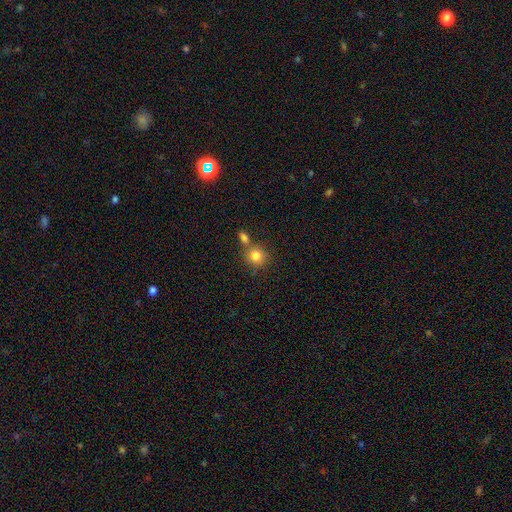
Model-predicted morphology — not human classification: smooth-or-featured: smooth: 82% | star or artifact: 11% | featured or disk: 7%
  how-rounded: round: 86% | in between: 13% | cigar-shaped: 1%
  merging: none: 57% | merger: 30% | minor disturbance: 10% | major disturbance: 3%